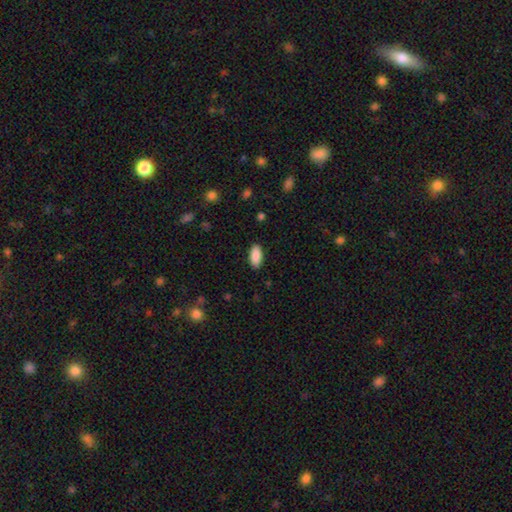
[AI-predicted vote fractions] Smooth or featured?
  - smooth: 89% *
  - star or artifact: 7%
  - featured or disk: 5%
How rounded?
  - in between: 89% *
  - cigar-shaped: 9%
  - round: 2%
Merging?
  - none: 88% *
  - minor disturbance: 9%
  - major disturbance: 2%
  - merger: 1%